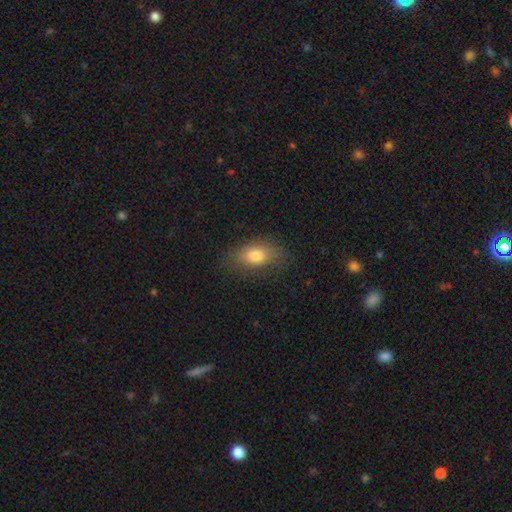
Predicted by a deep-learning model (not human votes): This is likely a smooth galaxy (79%). How rounded: clearly in between (86%). Merging: likely none (77%).